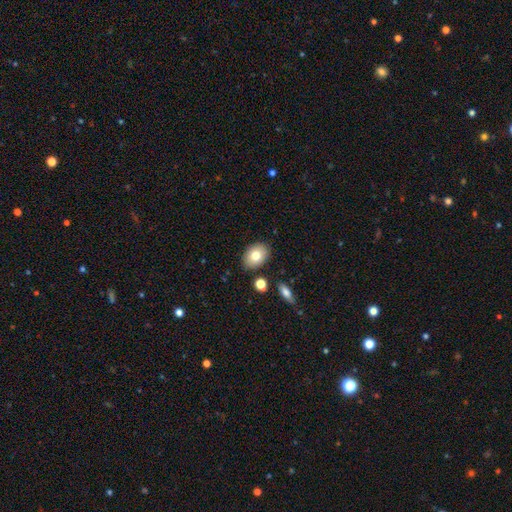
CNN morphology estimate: This is likely a smooth galaxy (77%). How rounded: clearly in between (81%). Merging: clearly none (84%).